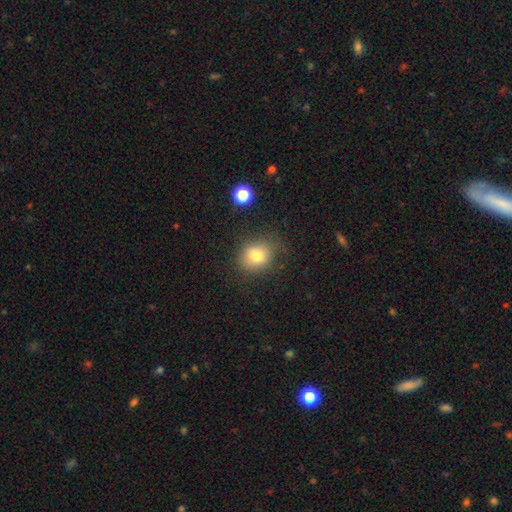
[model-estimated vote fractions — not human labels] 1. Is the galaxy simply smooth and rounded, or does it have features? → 77% smooth, 12% star or artifact, 11% featured or disk.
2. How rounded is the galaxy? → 64% round, 35% in between, 1% cigar-shaped.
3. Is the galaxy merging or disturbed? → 73% none, 18% minor disturbance, 6% major disturbance, 2% merger.